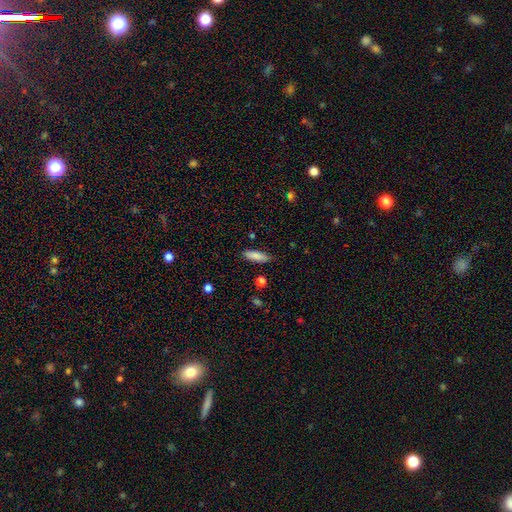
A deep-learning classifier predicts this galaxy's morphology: smooth 84%, featured or disk 9%, star or artifact 7%. Down the decision tree: how rounded — cigar-shaped (51%); merging — none (83%).